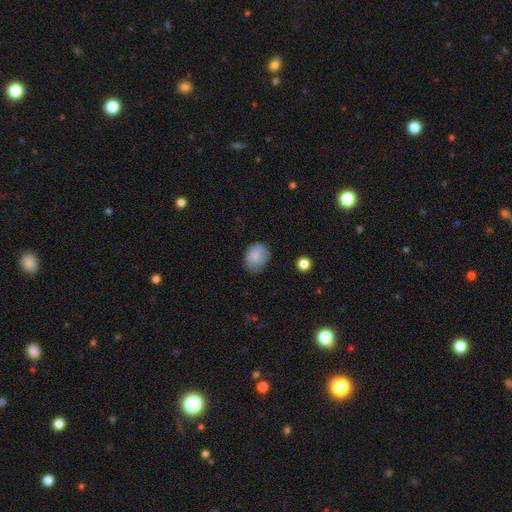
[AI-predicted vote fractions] A smooth galaxy with no disk features (82%) that is in between round and cigar-shaped (54%). Merging: none (68%).